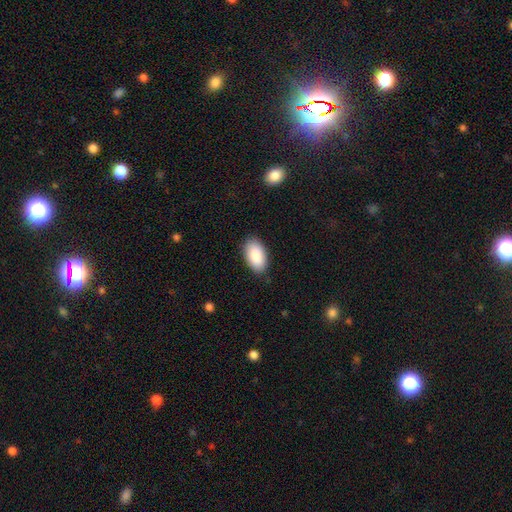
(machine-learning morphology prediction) Smooth or featured? smooth (90%)
How rounded? in between (95%)
Merging? none (87%)